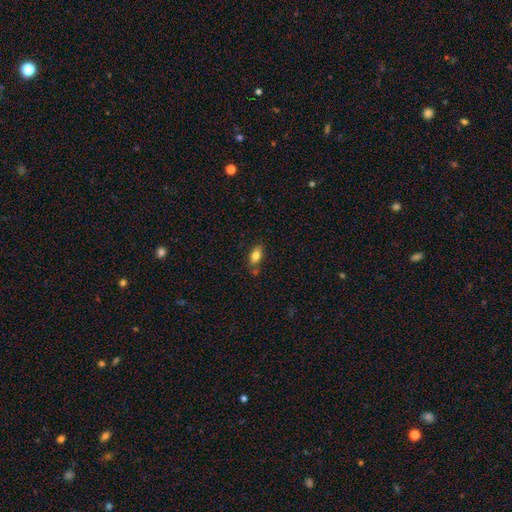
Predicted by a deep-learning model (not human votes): smooth-or-featured: smooth: 80% | featured or disk: 12% | star or artifact: 8%
  how-rounded: in between: 88% | cigar-shaped: 7% | round: 4%
  merging: none: 72% | minor disturbance: 16% | merger: 9% | major disturbance: 3%